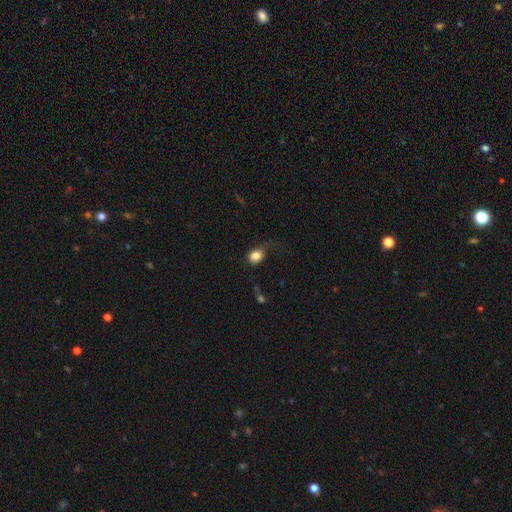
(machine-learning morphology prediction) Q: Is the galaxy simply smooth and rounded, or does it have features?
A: smooth — 83%.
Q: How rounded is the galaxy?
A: round — 53%.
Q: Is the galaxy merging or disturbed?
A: none — 44%.